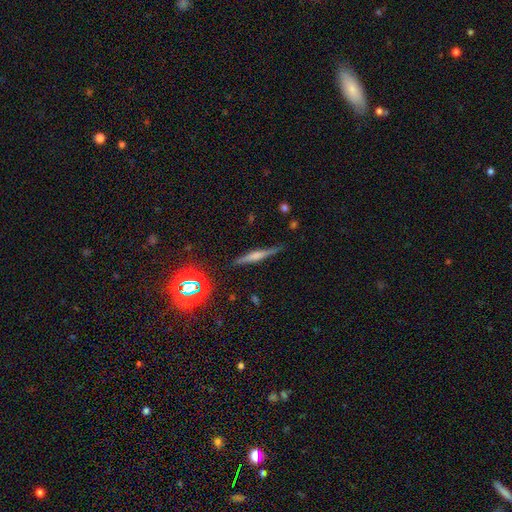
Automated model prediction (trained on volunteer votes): smooth-or-featured: featured or disk: 60% | smooth: 24% | star or artifact: 16%
  disk-edge-on: yes: 96% | no: 4%
    edge-on-bulge: rounded: 65% | boxy: 19% | none: 16%
  merging: none: 87% | minor disturbance: 9% | major disturbance: 2% | merger: 2%